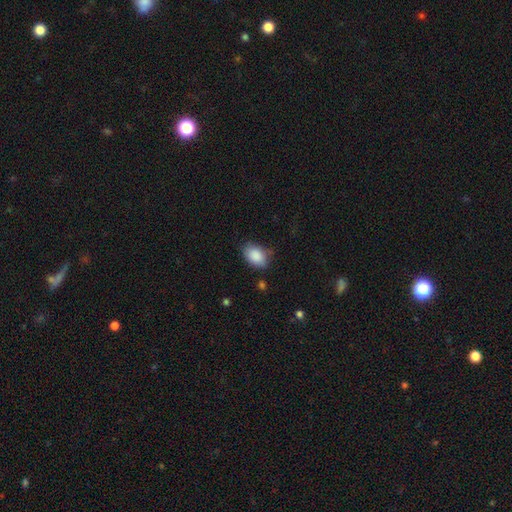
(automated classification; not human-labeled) The model was most divided on "merging": none: 70%, minor disturbance: 23%, major disturbance: 5%, merger: 2%. More confident: smooth or featured — smooth (88%); how rounded — in between (85%).